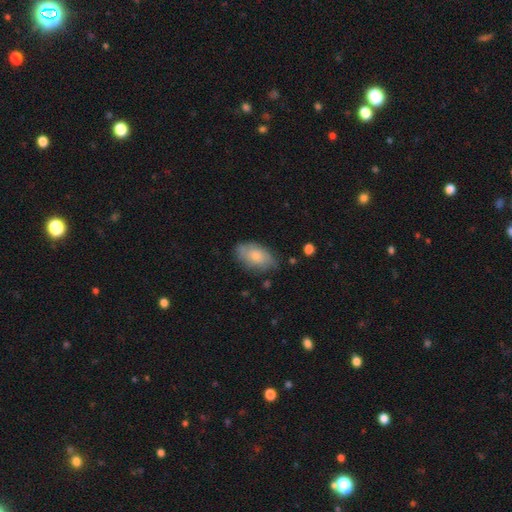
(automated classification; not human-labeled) smooth_or_featured: smooth (p=0.69) [alt: featured or disk p=0.25]
how_rounded: in between (p=0.93) [alt: round p=0.05]
merging: none (p=0.66) [alt: minor disturbance p=0.26]